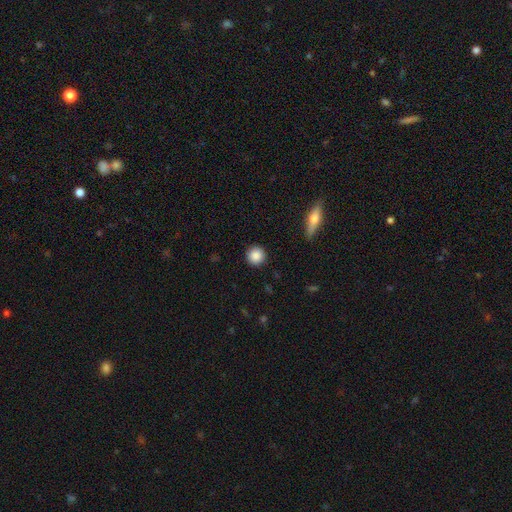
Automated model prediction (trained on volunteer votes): The model was most divided on "smooth or featured": smooth: 88%, star or artifact: 8%, featured or disk: 4%. More confident: how rounded — round (94%); merging — none (91%).